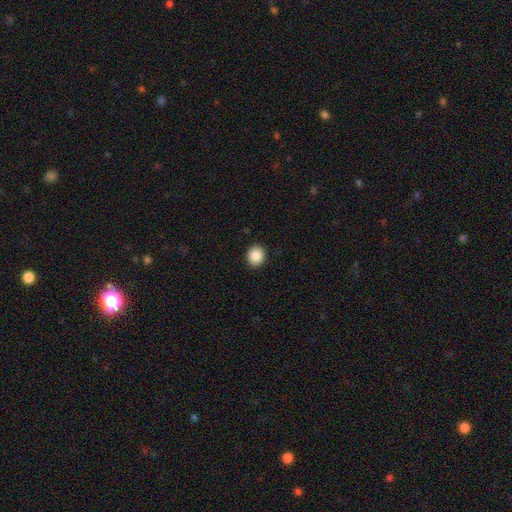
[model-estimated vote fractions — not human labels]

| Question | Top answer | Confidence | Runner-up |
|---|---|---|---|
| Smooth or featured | smooth | 88% | star or artifact (9%) |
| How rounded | round | 81% | in between (18%) |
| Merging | none | 92% | minor disturbance (5%) |